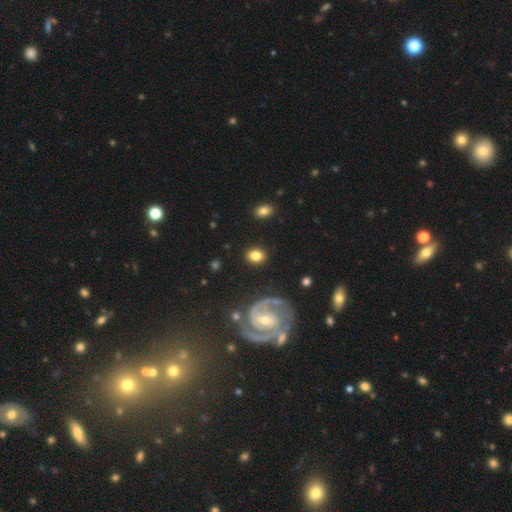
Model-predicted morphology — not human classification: The model was most divided on "how rounded": in between: 50%, round: 49%, cigar-shaped: 1%. More confident: merging — none (84%); smooth or featured — smooth (75%).